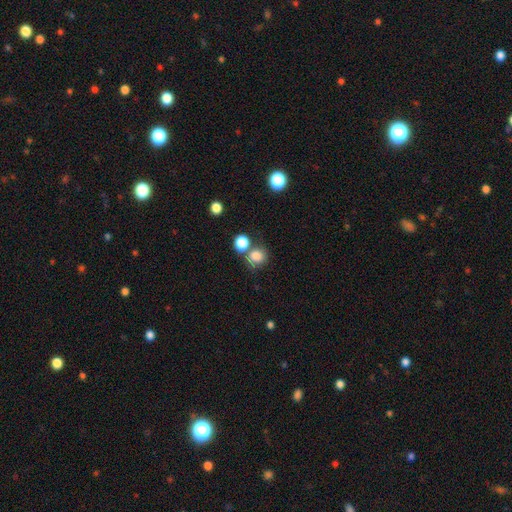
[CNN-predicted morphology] A smooth galaxy with no disk features (81%) that is round (79%). Merging: none (52%).